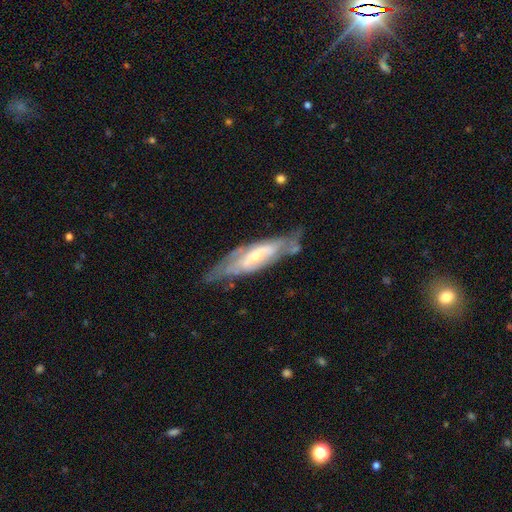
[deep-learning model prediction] Smooth or featured? featured or disk (75%)
Edge-on disk? no (70%)
Bar? no (41%)
Spiral arms? yes (74%)
Bulge size? small (57%)
Merging? none (59%)